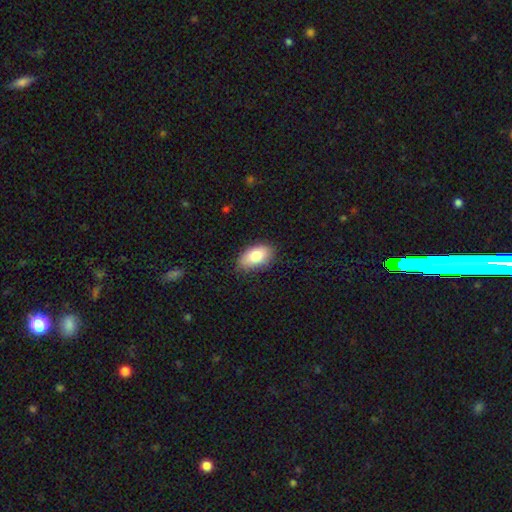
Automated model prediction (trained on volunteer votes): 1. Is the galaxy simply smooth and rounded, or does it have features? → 82% smooth, 11% featured or disk, 7% star or artifact.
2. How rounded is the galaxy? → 93% in between, 5% round, 2% cigar-shaped.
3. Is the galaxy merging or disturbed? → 79% none, 17% minor disturbance, 3% major disturbance, 1% merger.